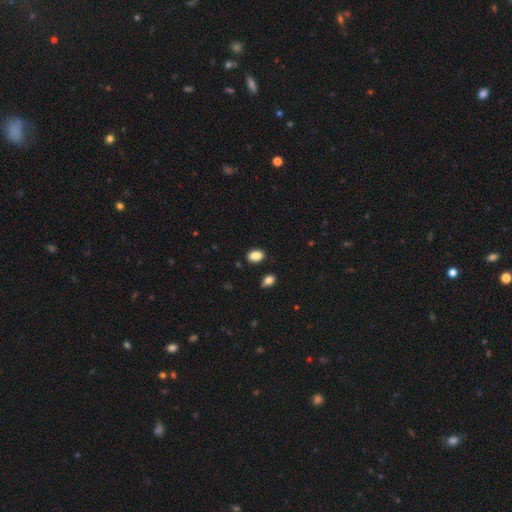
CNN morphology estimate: Smooth or featured: smooth — 88% (star or artifact — 9%)
How rounded: in between — 82% (round — 16%)
Merging: none — 85% (minor disturbance — 10%)